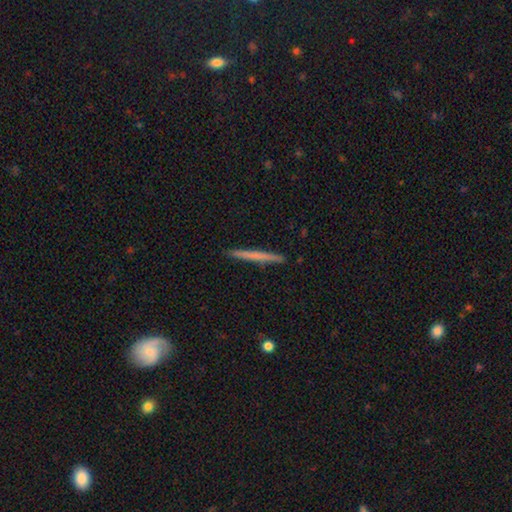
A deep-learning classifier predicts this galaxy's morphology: type=smooth (59%); roundness=cigar-shaped (97%); merging=none (92%).